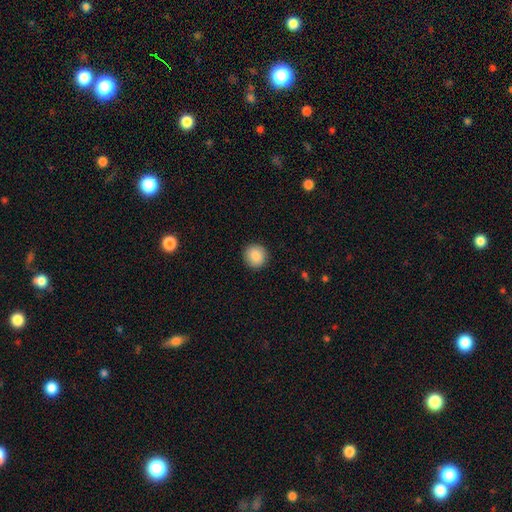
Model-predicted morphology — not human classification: Smooth or featured?
  - smooth: 88% *
  - star or artifact: 8%
  - featured or disk: 4%
How rounded?
  - round: 93% *
  - in between: 6%
  - cigar-shaped: 1%
Merging?
  - none: 92% *
  - minor disturbance: 5%
  - major disturbance: 2%
  - merger: 1%